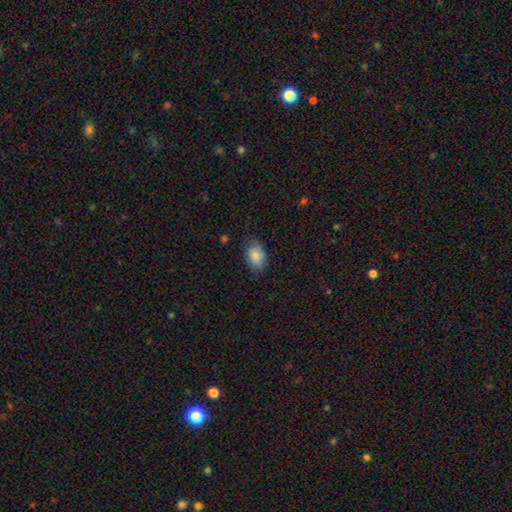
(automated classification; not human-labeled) smooth-or-featured: smooth: 85% | featured or disk: 7% | star or artifact: 7%
  how-rounded: in between: 83% | round: 16% | cigar-shaped: 1%
  merging: none: 76% | minor disturbance: 19% | major disturbance: 4% | merger: 1%